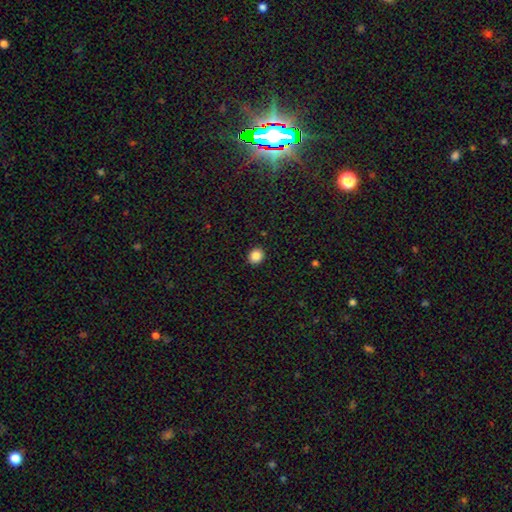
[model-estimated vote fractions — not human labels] A smooth galaxy with no disk features (86%) that is round (78%). Merging: none (91%).